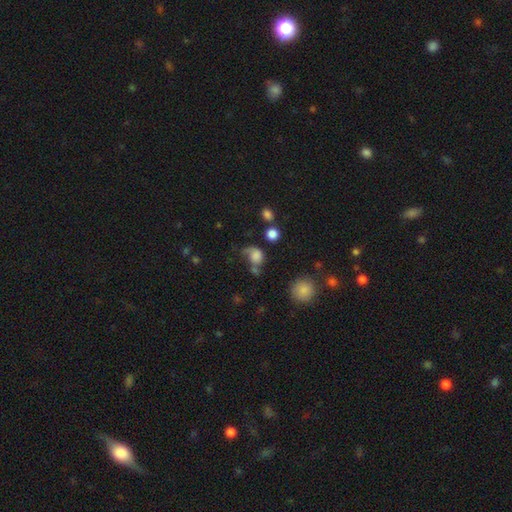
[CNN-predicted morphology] Smooth or featured? smooth (69%)
How rounded? round (60%)
Merging? none (31%, tied with major disturbance)